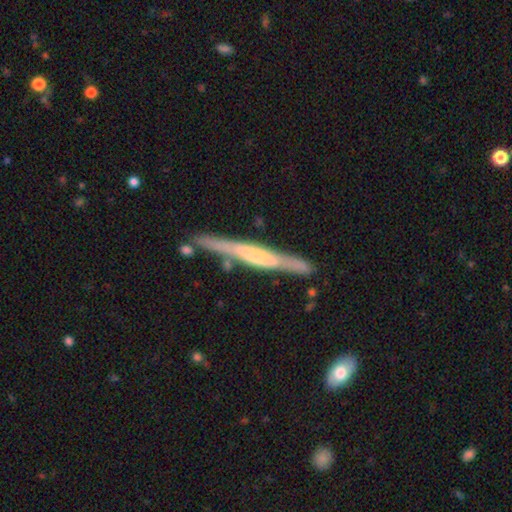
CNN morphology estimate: A featured or disk galaxy (66%) viewed edge-on (93%) with no central bulge (40%).

Vote fractions:
- Smooth or featured? featured or disk: 66% / smooth: 29% / star or artifact: 5%
- Edge-on disk? yes: 93% / no: 7%
- Edge-on bulge? none: 40% / rounded: 31% / boxy: 29%
- Merging? none: 78% / minor disturbance: 14% / merger: 5% / major disturbance: 3%